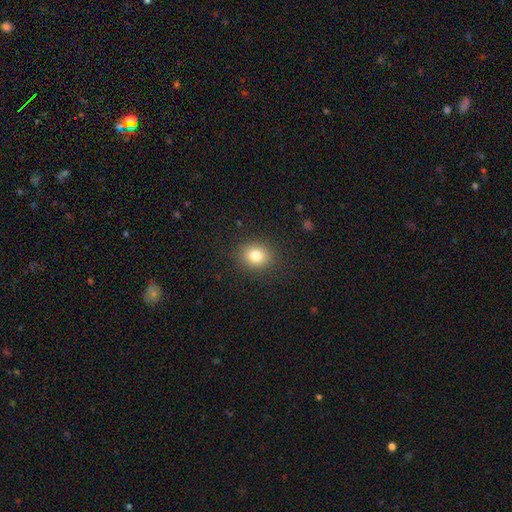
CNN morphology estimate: A smooth galaxy with no disk features (80%) that is round (65%).

Vote fractions:
- Smooth or featured? smooth: 80% / star or artifact: 11% / featured or disk: 8%
- How rounded? round: 65% / in between: 34% / cigar-shaped: 1%
- Merging? none: 88% / minor disturbance: 8% / major disturbance: 3% / merger: 1%